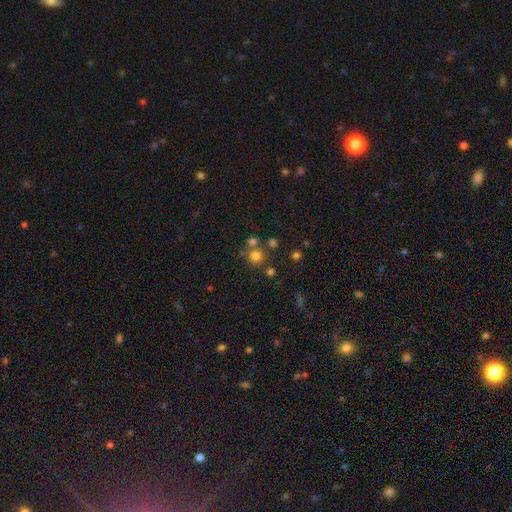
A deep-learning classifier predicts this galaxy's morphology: smooth-or-featured: smooth: 73% | star or artifact: 19% | featured or disk: 8%
  how-rounded: round: 92% | in between: 7% | cigar-shaped: 1%
  merging: none: 70% | merger: 19% | minor disturbance: 8% | major disturbance: 4%